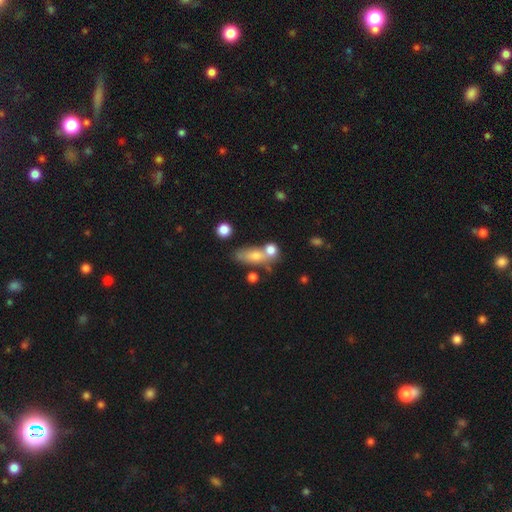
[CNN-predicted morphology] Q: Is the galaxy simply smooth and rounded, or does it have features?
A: smooth — 69%.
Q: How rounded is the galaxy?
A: in between — 67%.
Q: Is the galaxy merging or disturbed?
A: none — 40%.